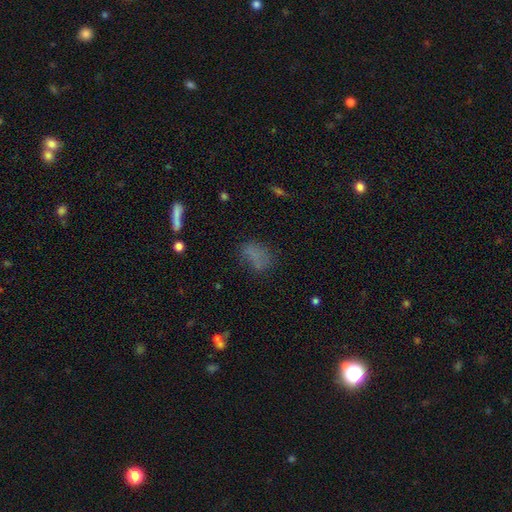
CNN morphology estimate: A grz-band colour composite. It shows a smooth galaxy with no disk features (67%) that is in between round and cigar-shaped (79%). Merging: none (59%).